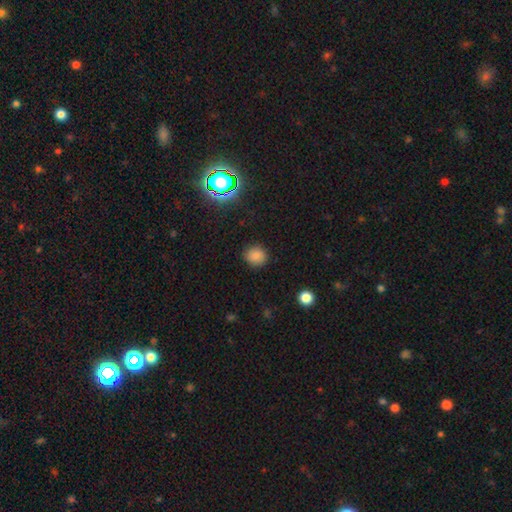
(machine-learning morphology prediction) smooth-or-featured: smooth: 81% | star or artifact: 14% | featured or disk: 5%
  how-rounded: round: 85% | in between: 14% | cigar-shaped: 1%
  merging: none: 88% | minor disturbance: 8% | major disturbance: 3% | merger: 1%